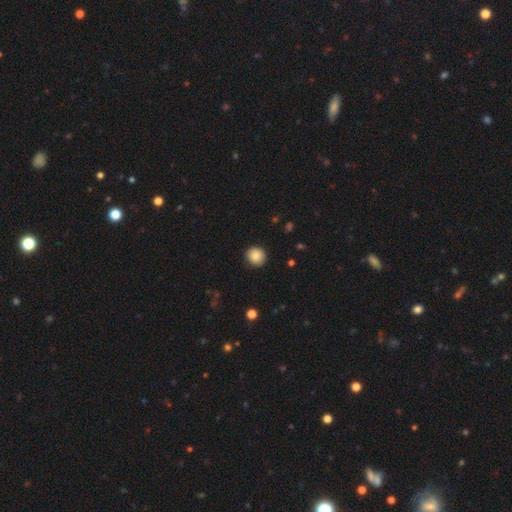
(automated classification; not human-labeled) A smooth galaxy with no disk features (85%) that is round (90%).

Vote fractions:
- Smooth or featured? smooth: 85% / star or artifact: 9% / featured or disk: 6%
- How rounded? round: 90% / in between: 9% / cigar-shaped: 1%
- Merging? none: 90% / minor disturbance: 7% / major disturbance: 2% / merger: 1%